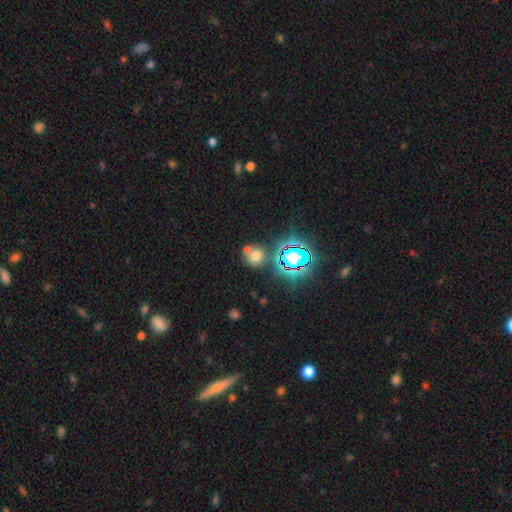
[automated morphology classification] Overall: smooth (61%; star or artifact 28%). How rounded: round (80%). Merging: none (57%; merger 30%).